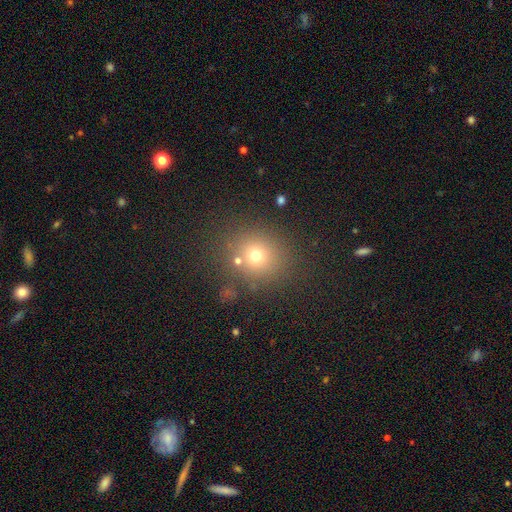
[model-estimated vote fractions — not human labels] Smooth or featured: smooth — 69% (star or artifact — 20%)
How rounded: round — 84% (in between — 15%)
Merging: none — 77% (minor disturbance — 10%)